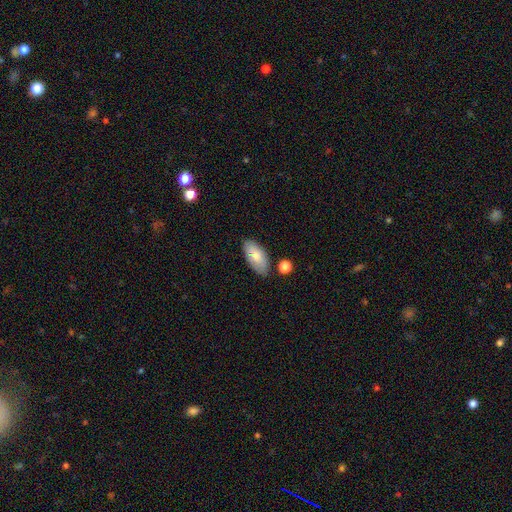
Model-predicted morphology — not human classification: type=smooth (73%); roundness=in between (92%); merging=none (77%).